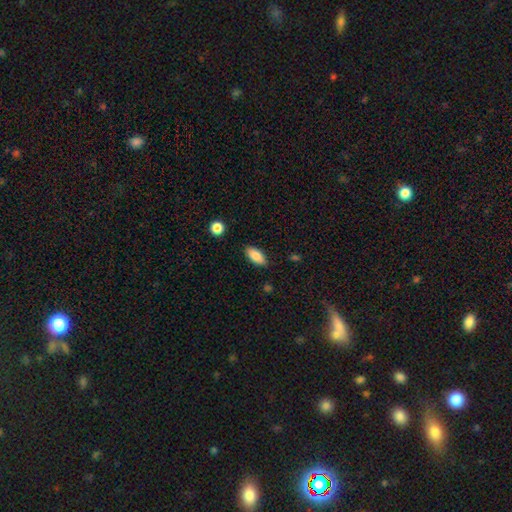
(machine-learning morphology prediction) Smooth or featured: smooth — 85% (featured or disk — 8%)
How rounded: in between — 90% (cigar-shaped — 7%)
Merging: none — 86% (minor disturbance — 11%)